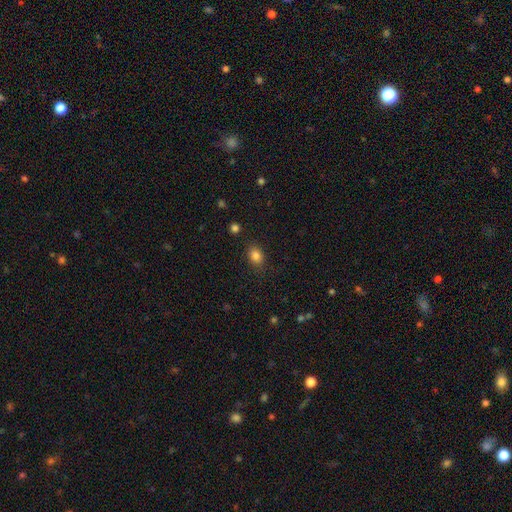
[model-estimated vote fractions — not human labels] This is clearly a smooth galaxy (84%). How rounded: likely in between (66%). Merging: clearly none (84%).